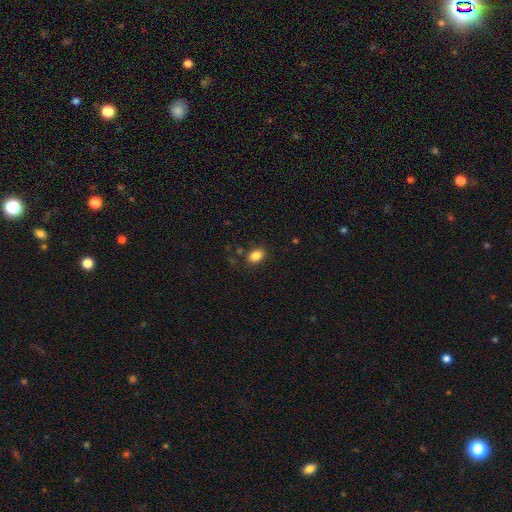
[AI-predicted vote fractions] Smooth or featured: smooth — 85% (star or artifact — 10%)
How rounded: in between — 80% (round — 19%)
Merging: none — 81% (minor disturbance — 11%)